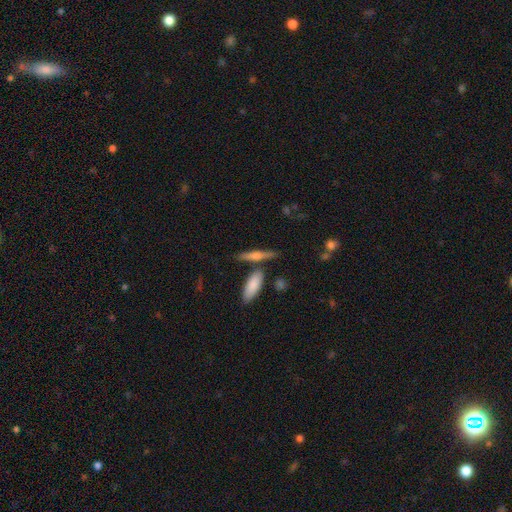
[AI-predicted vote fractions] Smooth or featured?
  - smooth: 52% *
  - featured or disk: 41%
  - star or artifact: 8%
How rounded?
  - cigar-shaped: 78% *
  - in between: 19%
  - round: 4%
Merging?
  - none: 72% *
  - merger: 13%
  - minor disturbance: 12%
  - major disturbance: 3%